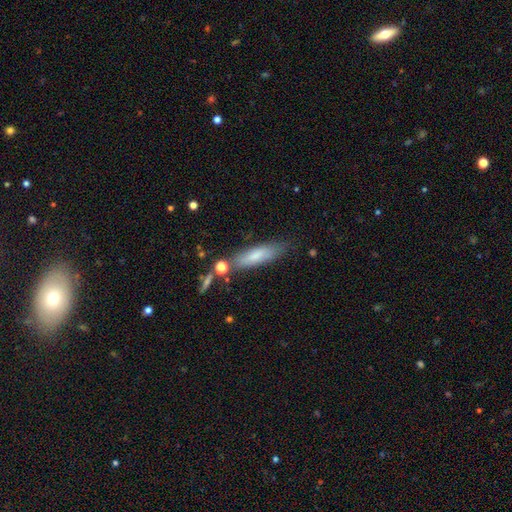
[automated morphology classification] A smooth galaxy with no disk features (72%) that is cigar-shaped (68%). Merging: none (70%).